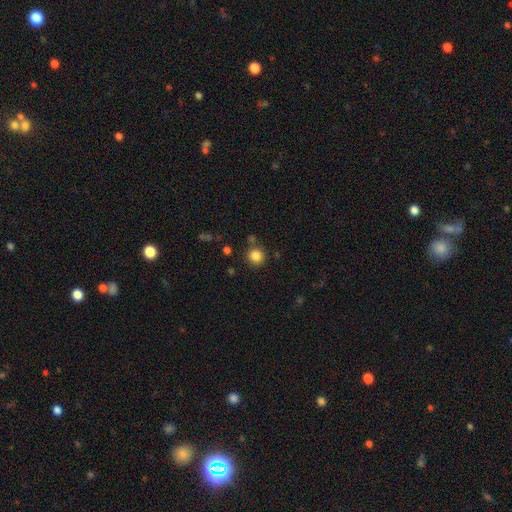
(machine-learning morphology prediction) Overall: smooth (84%). How rounded: round (93%). Merging: none (83%).